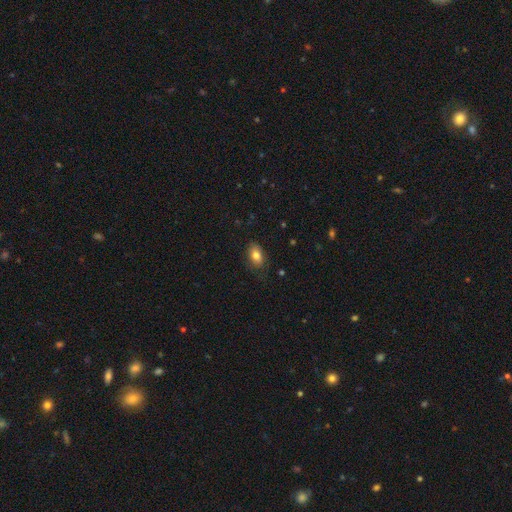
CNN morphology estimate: A smooth galaxy with no disk features (79%) that is in between round and cigar-shaped (87%). Merging: none (78%).